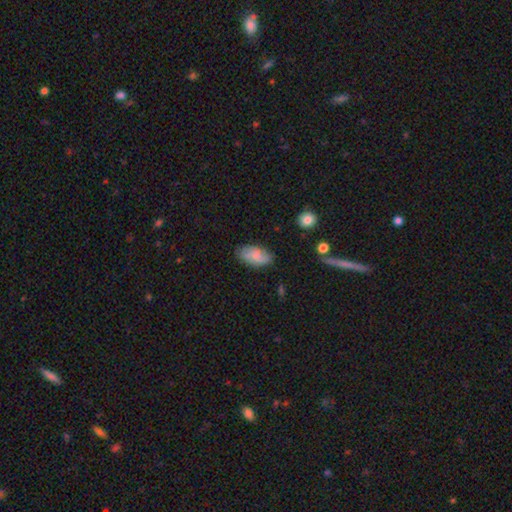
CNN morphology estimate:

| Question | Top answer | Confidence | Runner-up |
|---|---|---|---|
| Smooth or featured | smooth | 72% | featured or disk (20%) |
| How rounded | in between | 93% | round (4%) |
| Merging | none | 72% | minor disturbance (22%) |